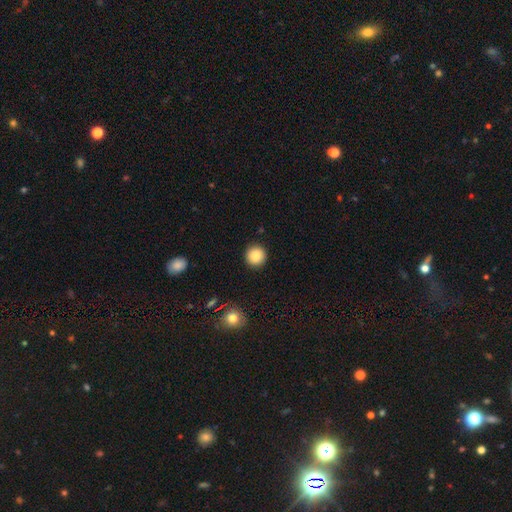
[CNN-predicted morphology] Smooth or featured? smooth (87%)
How rounded? round (95%)
Merging? none (92%)